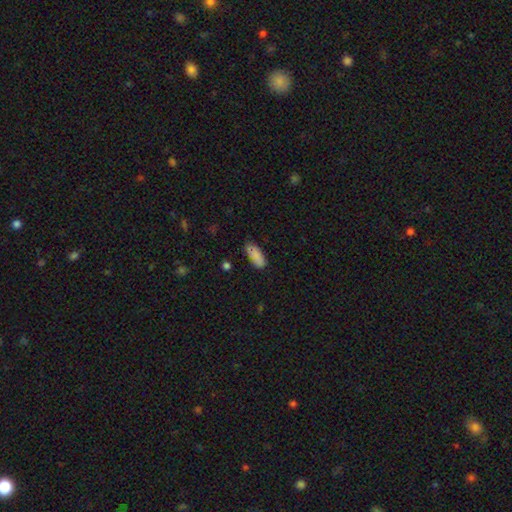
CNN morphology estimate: Overall: smooth (83%). How rounded: in between (80%). Merging: none (69%).